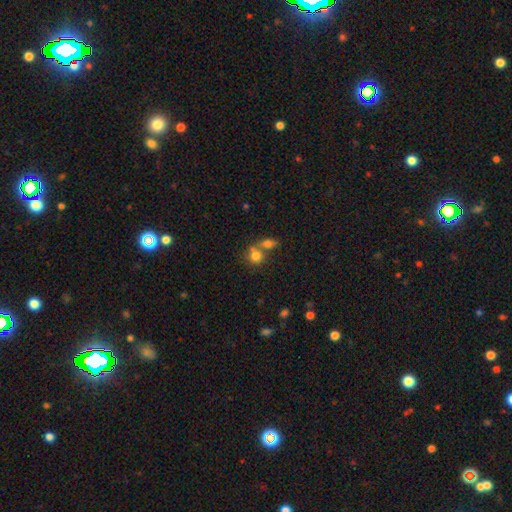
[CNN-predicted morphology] smooth-or-featured: smooth: 78% | star or artifact: 11% | featured or disk: 11%
  how-rounded: round: 66% | in between: 32% | cigar-shaped: 2%
  merging: merger: 45% | none: 40% | minor disturbance: 10% | major disturbance: 5%